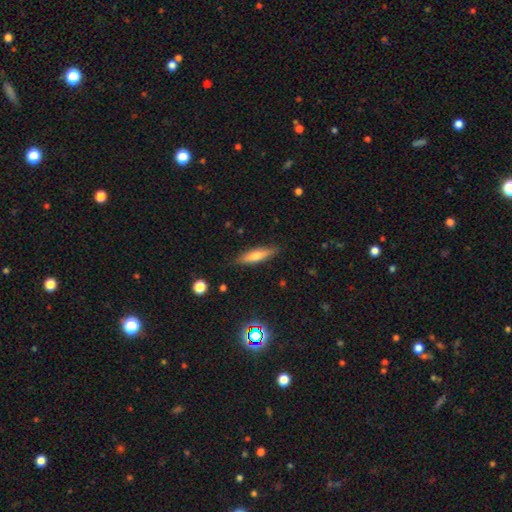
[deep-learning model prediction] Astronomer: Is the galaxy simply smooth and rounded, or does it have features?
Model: smooth — 58% (runner-up: featured or disk, 34%).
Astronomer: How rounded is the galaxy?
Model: cigar-shaped — 73%.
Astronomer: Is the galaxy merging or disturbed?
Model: none — 86%.